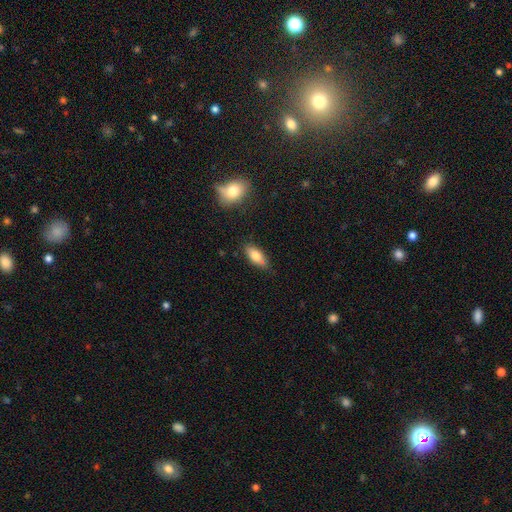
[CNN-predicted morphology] The model was most divided on "merging": none: 79%, minor disturbance: 16%, major disturbance: 3%, merger: 2%. More confident: how rounded — in between (81%); smooth or featured — smooth (78%).